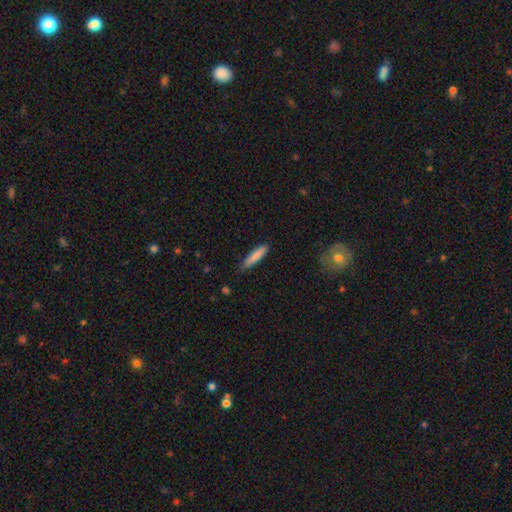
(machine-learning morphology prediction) Smooth or featured? Predicted: smooth (p=0.80). How rounded? Predicted: cigar-shaped (p=0.83). Merging? Predicted: none (p=0.80).